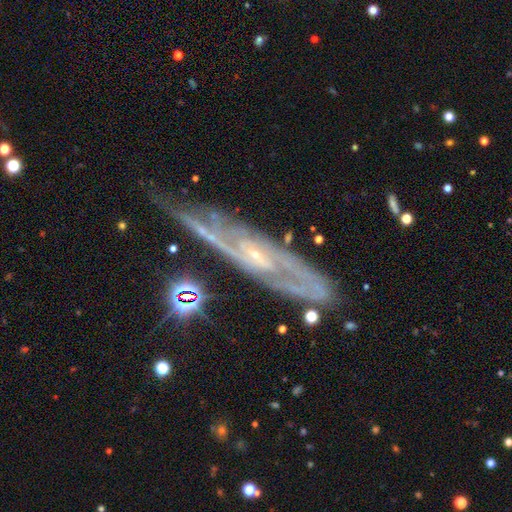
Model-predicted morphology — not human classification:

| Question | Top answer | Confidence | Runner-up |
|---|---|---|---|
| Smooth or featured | featured or disk | 84% | star or artifact (8%) |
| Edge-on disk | no | 65% | yes (35%) |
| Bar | no | 55% | weak (32%) |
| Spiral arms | yes | 93% | no (7%) |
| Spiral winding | tight | 48% | medium (38%) |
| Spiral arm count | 2 | 43% | can't tell (31%) |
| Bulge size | small | 79% | moderate (15%) |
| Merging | none | 68% | minor disturbance (21%) |